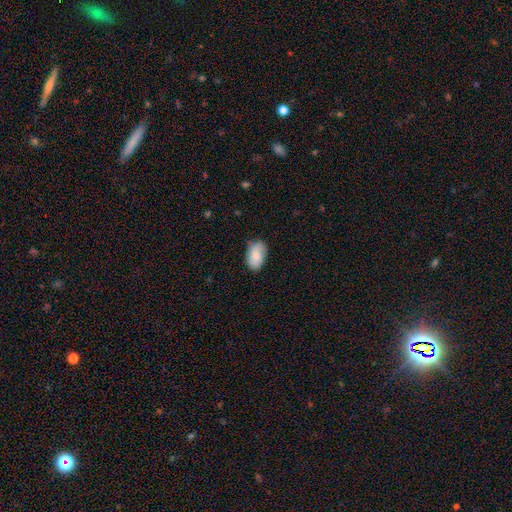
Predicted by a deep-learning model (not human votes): The model was most divided on "merging": none: 77%, minor disturbance: 18%, major disturbance: 3%, merger: 1%. More confident: how rounded — in between (92%); smooth or featured — smooth (81%).